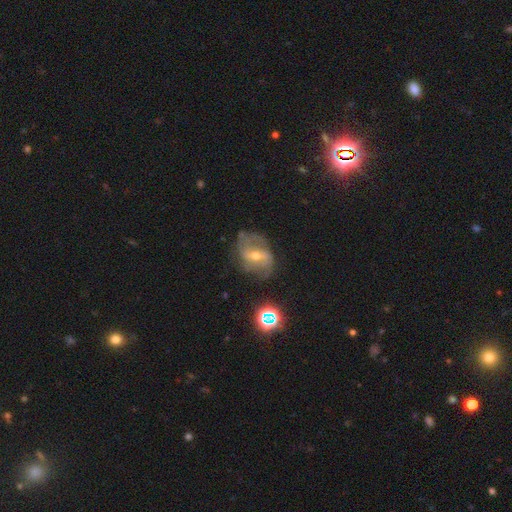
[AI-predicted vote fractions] This appears to be a featured or disk galaxy (74%) with a weak bar (45%), 2 (67%) medium (41%) spiral arms (83%) and a moderate central bulge (56%). Merging: none (60%).